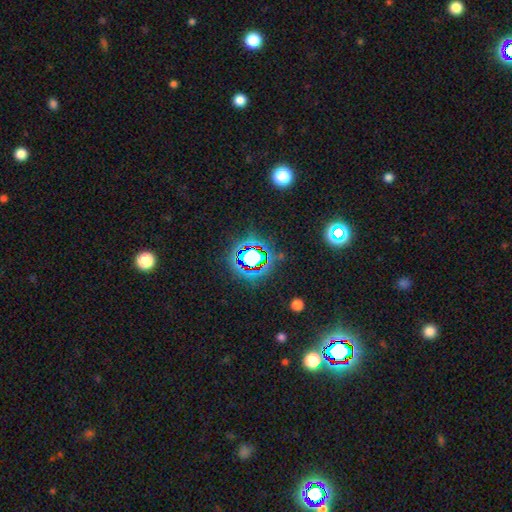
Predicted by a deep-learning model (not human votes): Overall: star or artifact (79%).